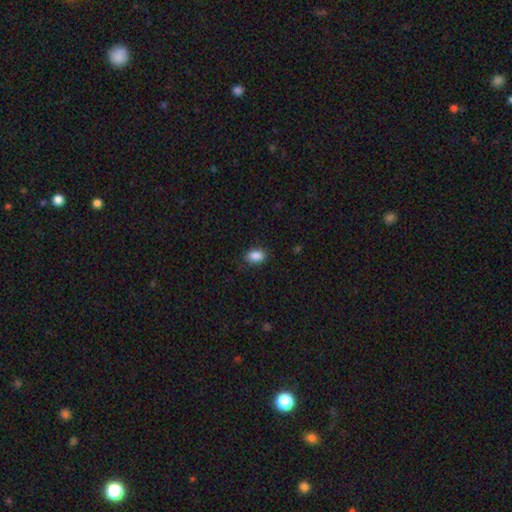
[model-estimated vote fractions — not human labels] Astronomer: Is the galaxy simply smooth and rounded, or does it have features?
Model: smooth — 88%.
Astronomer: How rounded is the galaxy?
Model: in between — 83%.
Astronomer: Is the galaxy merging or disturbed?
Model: none — 85%.